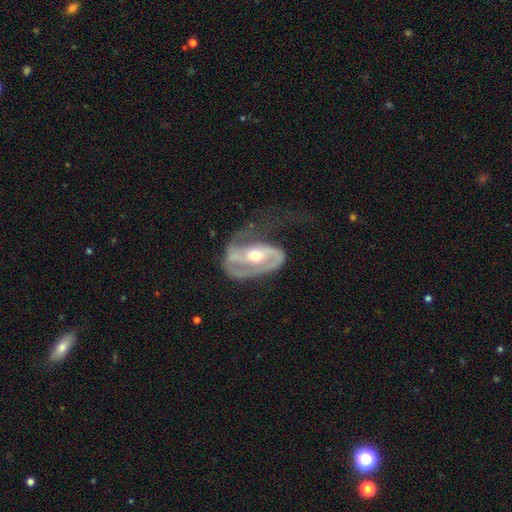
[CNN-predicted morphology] smooth-or-featured: featured or disk: 86% | smooth: 10% | star or artifact: 5%
  disk-edge-on: no: 96% | yes: 4%
    bar: no: 35% (tied) | weak: 35% (tied) | strong: 30%
    has-spiral-arms: yes: 91% | no: 9%
      spiral-winding: medium: 44% | tight: 29% | loose: 27%
      spiral-arm-count: 2: 65% | 1: 20% | can't tell: 9% | 3: 4% | 4: 1% | more than 4: 1%
    bulge-size: moderate: 65% | small: 29% | large: 4% | none: 1% | dominant: 1%
  merging: major disturbance: 40% | none: 34% | minor disturbance: 23% | merger: 3%